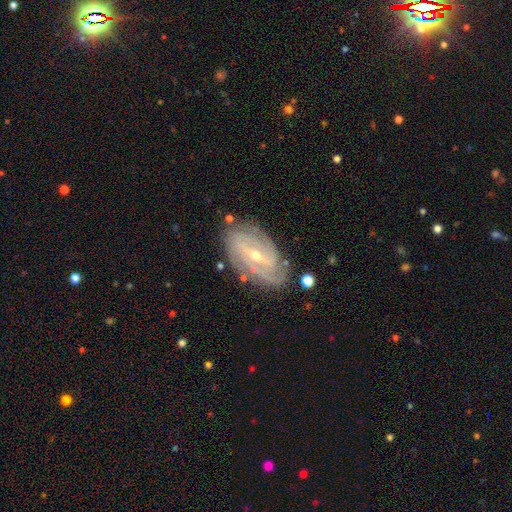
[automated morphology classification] A featured or disk galaxy (87%) with a weak bar (47%), 2 (36%) tight (61%) spiral arms (95%) and a small central bulge (58%). Merging: none (76%).